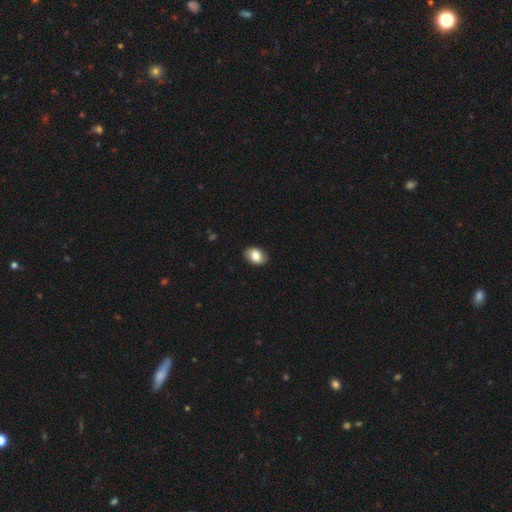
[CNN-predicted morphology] This is likely a smooth galaxy (79%). How rounded: likely in between (76%). Merging: clearly none (87%).